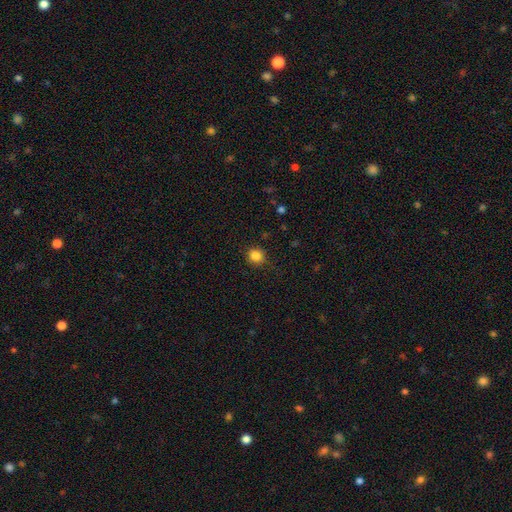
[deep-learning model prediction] The model was most divided on "how rounded": round: 86%, in between: 13%, cigar-shaped: 1%. More confident: merging — none (86%); smooth or featured — smooth (85%).